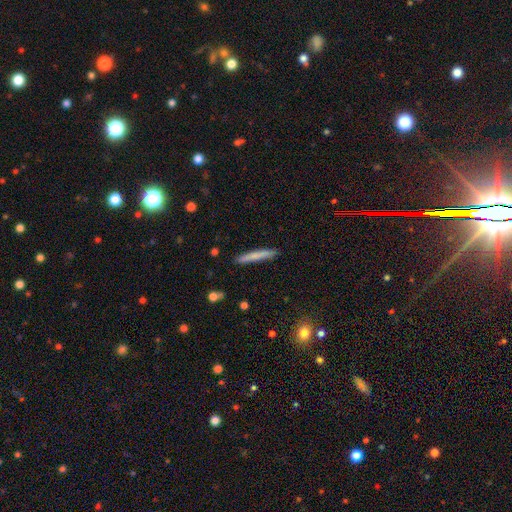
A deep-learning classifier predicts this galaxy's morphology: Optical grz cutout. It shows a smooth galaxy with no disk features (71%) that is cigar-shaped (96%). Merging: none (90%).